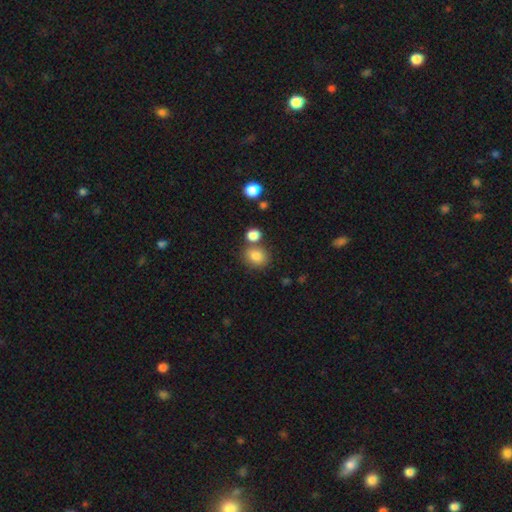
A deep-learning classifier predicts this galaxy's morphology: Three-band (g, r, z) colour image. It shows a smooth galaxy with no disk features (83%) that is round (54%). Merging: none (62%).